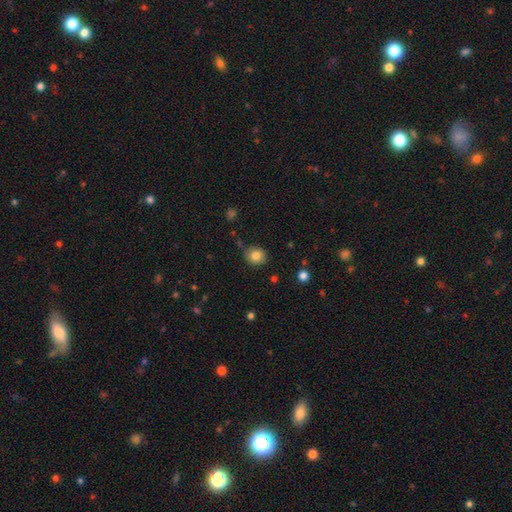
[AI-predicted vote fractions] This appears to be a smooth galaxy with no disk features (82%) that is round (79%). Merging: none (81%).